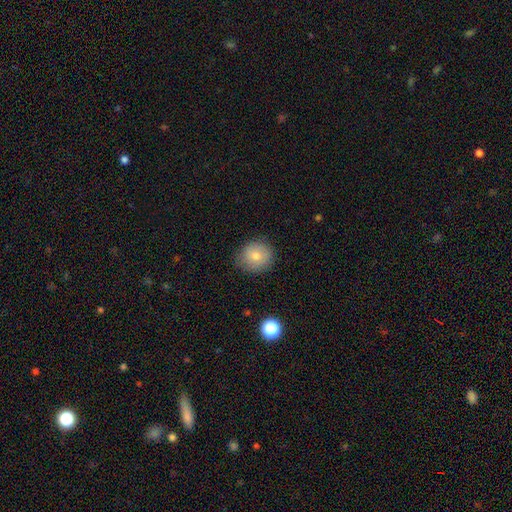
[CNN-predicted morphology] Overall: smooth (70%). How rounded: round (85%). Merging: none (82%).